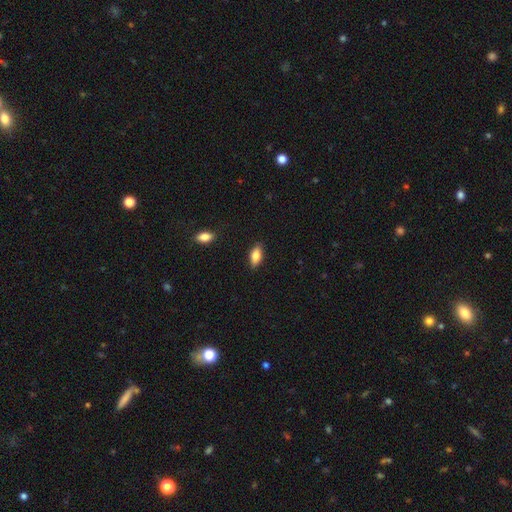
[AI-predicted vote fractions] This appears to be a smooth galaxy with no disk features (80%) that is in between round and cigar-shaped (88%). Merging: none (87%).